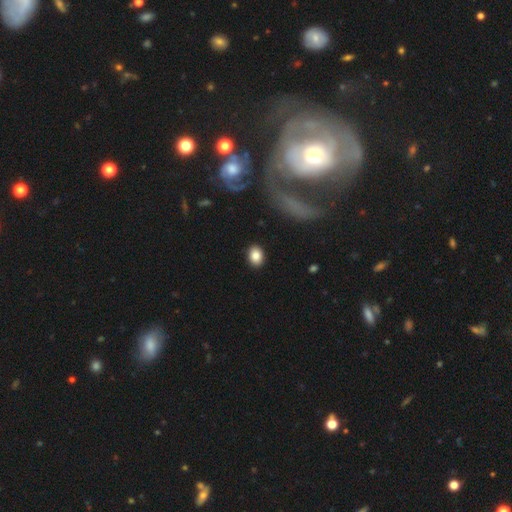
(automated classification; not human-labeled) The model was most divided on "how rounded": in between: 70%, round: 29%, cigar-shaped: 1%. More confident: merging — none (88%); smooth or featured — smooth (85%).